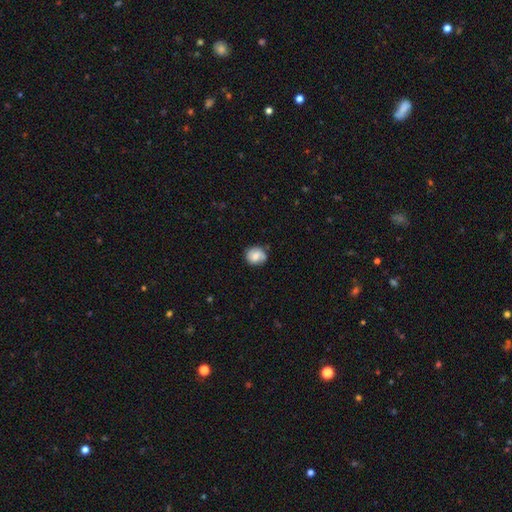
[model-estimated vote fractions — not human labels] This is likely a smooth galaxy (65%). How rounded: likely round (74%). Merging: likely none (73%).